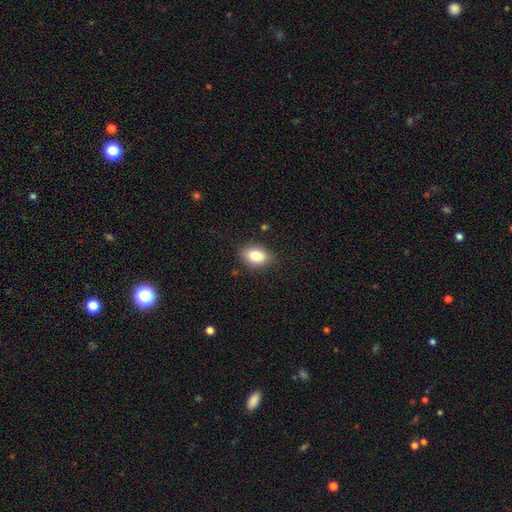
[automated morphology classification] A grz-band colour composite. It shows a smooth galaxy with no disk features (82%) that is in between round and cigar-shaped (77%). Merging: none (86%).